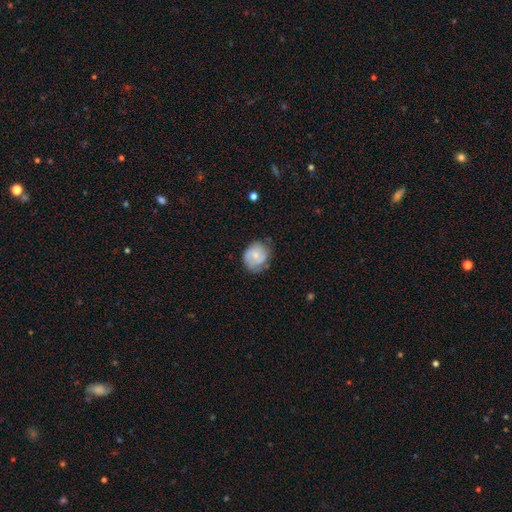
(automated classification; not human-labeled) Smooth or featured? Predicted: smooth (p=0.52). How rounded? Predicted: round (p=0.70). Merging? Predicted: none (p=0.61).